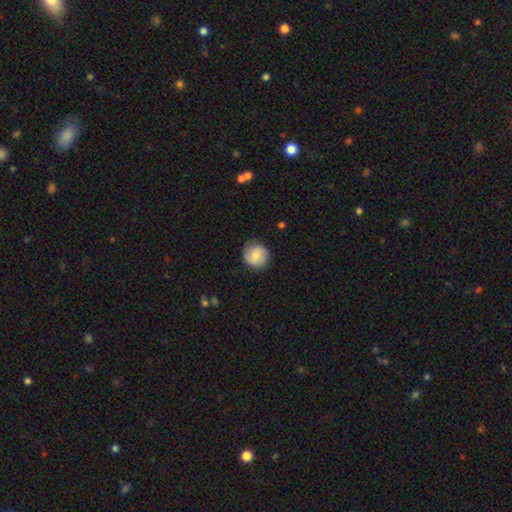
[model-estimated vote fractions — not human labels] A smooth galaxy with no disk features (73%) that is round (90%). Merging: none (83%).